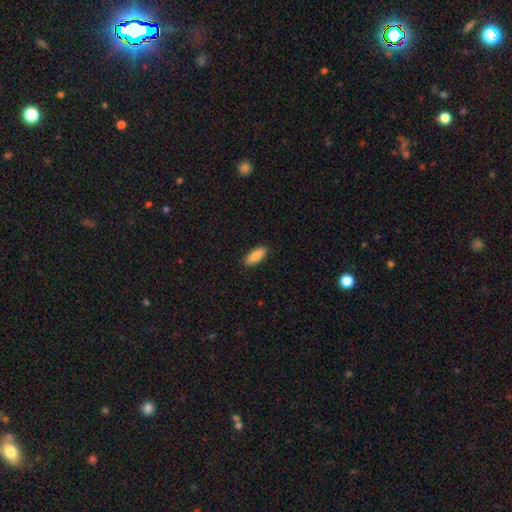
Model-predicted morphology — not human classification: Q: Smooth or featured?
A: smooth (89%); runner-up: star or artifact (6%)
Q: How rounded?
A: in between (75%); runner-up: cigar-shaped (23%)
Q: Merging?
A: none (89%); runner-up: minor disturbance (8%)